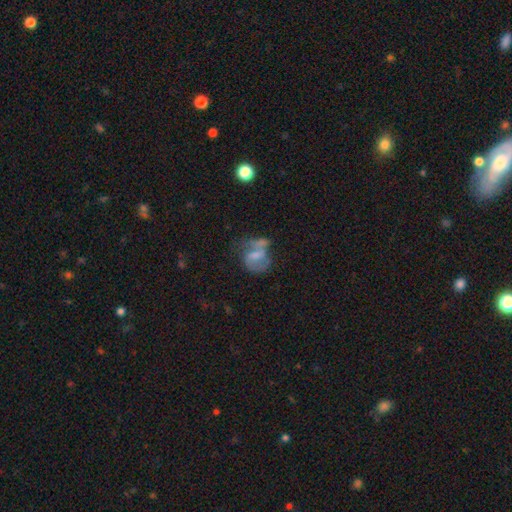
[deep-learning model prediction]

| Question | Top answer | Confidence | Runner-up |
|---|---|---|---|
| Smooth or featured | featured or disk | 54% | smooth (37%) |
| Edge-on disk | no | 97% | yes (3%) |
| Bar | weak | 46% | no (30%) |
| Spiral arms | yes | 59% | no (41%) |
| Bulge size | none | 31% | tied: moderate (31%) |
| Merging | none | 32% | major disturbance (27%) |